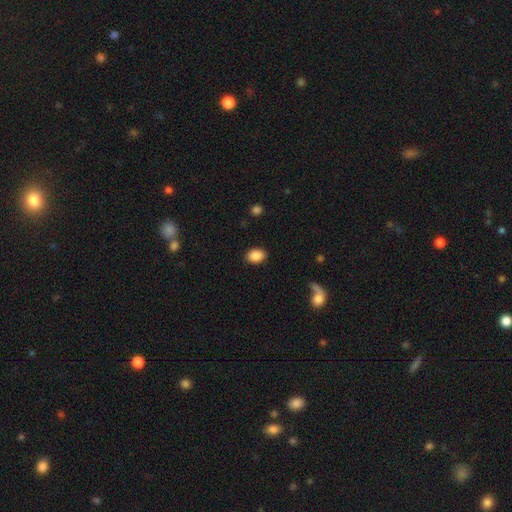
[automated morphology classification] A smooth galaxy with no disk features (88%) that is in between round and cigar-shaped (79%). Merging: none (88%).